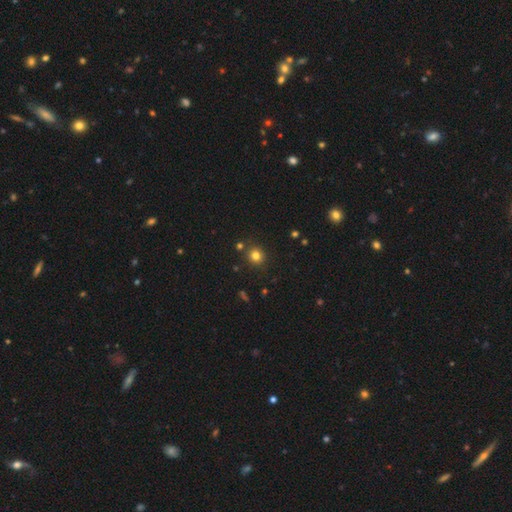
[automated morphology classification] Smooth or featured: smooth — 79% (star or artifact — 15%)
How rounded: round — 87% (in between — 12%)
Merging: none — 85% (minor disturbance — 8%)